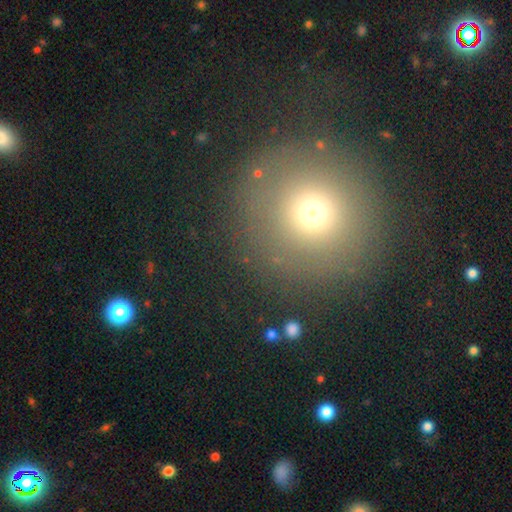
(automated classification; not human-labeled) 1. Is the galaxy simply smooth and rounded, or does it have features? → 66% smooth, 21% star or artifact, 12% featured or disk.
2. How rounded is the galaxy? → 95% round, 4% in between, 1% cigar-shaped.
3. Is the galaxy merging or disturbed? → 85% none, 8% minor disturbance, 5% major disturbance, 2% merger.